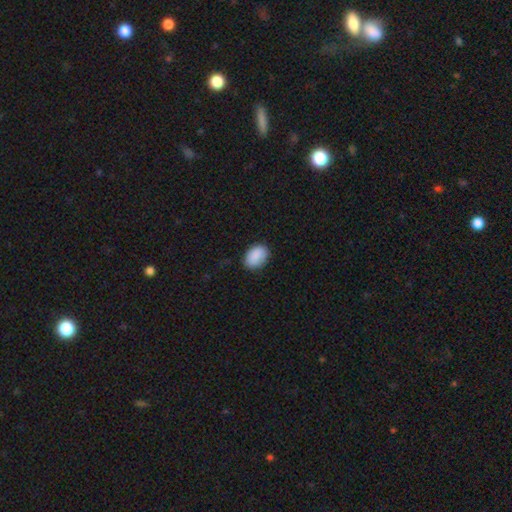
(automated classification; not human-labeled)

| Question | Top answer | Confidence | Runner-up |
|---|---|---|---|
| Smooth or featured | smooth | 90% | star or artifact (7%) |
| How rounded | in between | 80% | round (19%) |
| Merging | none | 84% | minor disturbance (13%) |